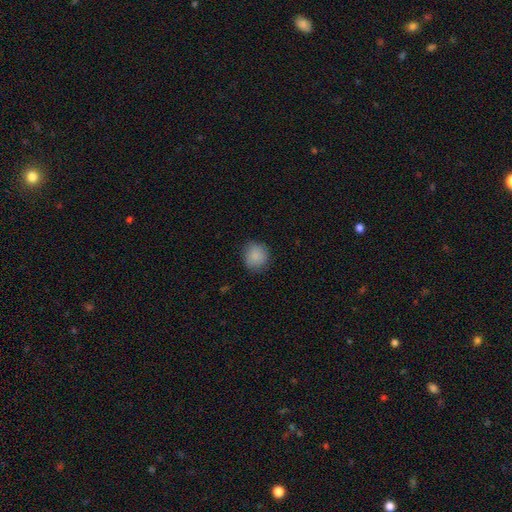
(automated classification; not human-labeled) A smooth galaxy with no disk features (87%) that is round (85%).

Vote fractions:
- Smooth or featured? smooth: 87% / star or artifact: 9% / featured or disk: 4%
- How rounded? round: 85% / in between: 14% / cigar-shaped: 1%
- Merging? none: 85% / minor disturbance: 11% / major disturbance: 3% / merger: 1%